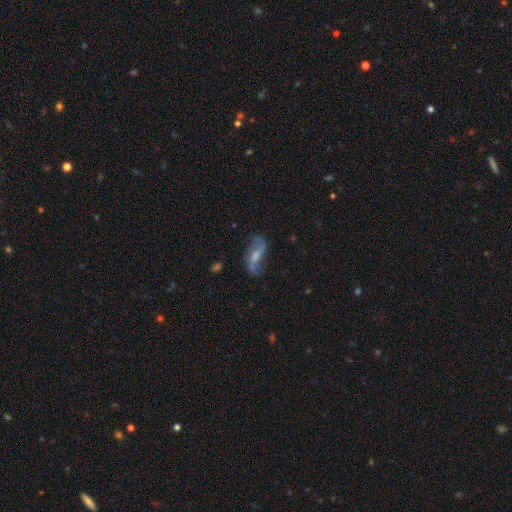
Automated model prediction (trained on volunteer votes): Smooth or featured? Predicted: featured or disk (p=0.62). Edge-on disk? Predicted: no (p=0.87). Bar? Predicted: weak (p=0.42). Spiral arms? Predicted: yes (p=0.81). Bulge size? Predicted: small (p=0.35). Merging? Predicted: none (p=0.58).